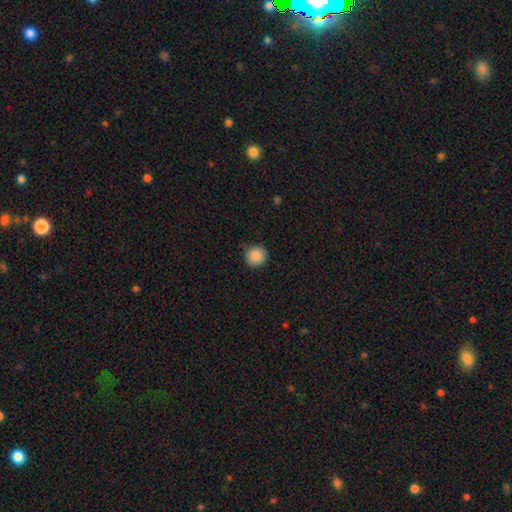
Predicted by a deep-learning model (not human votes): The model was most divided on "merging": none: 84%, minor disturbance: 13%, major disturbance: 2%, merger: 1%. More confident: how rounded — round (93%); smooth or featured — smooth (88%).